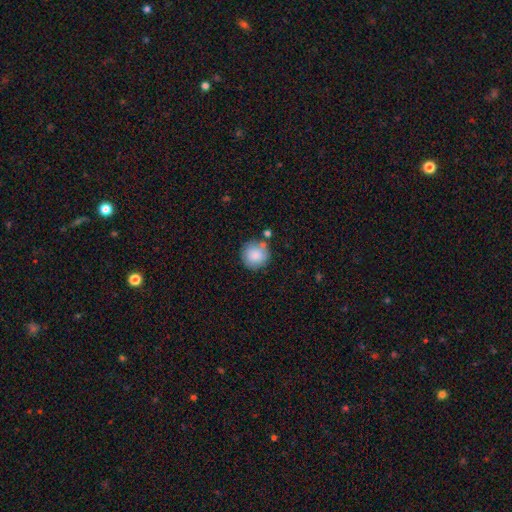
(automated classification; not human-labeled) Morphology: type=smooth (86%); roundness=round (93%); merging=none (75%).